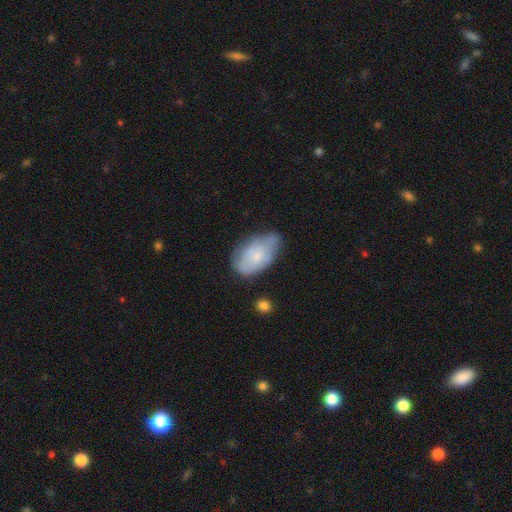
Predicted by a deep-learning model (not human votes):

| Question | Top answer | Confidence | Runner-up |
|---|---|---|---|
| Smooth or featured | smooth | 56% | featured or disk (37%) |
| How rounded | in between | 92% | round (6%) |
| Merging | none | 49% | minor disturbance (36%) |